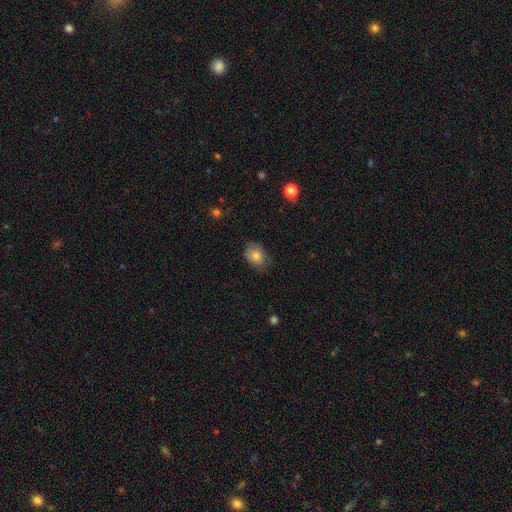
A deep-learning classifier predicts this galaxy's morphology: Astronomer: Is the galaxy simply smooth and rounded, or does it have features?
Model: smooth — 80%.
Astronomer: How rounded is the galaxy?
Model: in between — 70%.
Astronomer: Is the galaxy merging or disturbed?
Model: none — 67%.